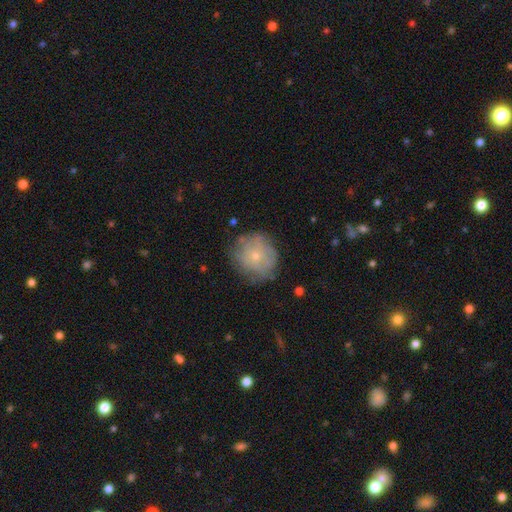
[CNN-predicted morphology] Smooth or featured?
  - smooth: 50% *
  - featured or disk: 41%
  - star or artifact: 9%
How rounded?
  - round: 90% *
  - in between: 9%
  - cigar-shaped: 1%
Merging?
  - none: 70% *
  - minor disturbance: 21%
  - major disturbance: 8%
  - merger: 2%